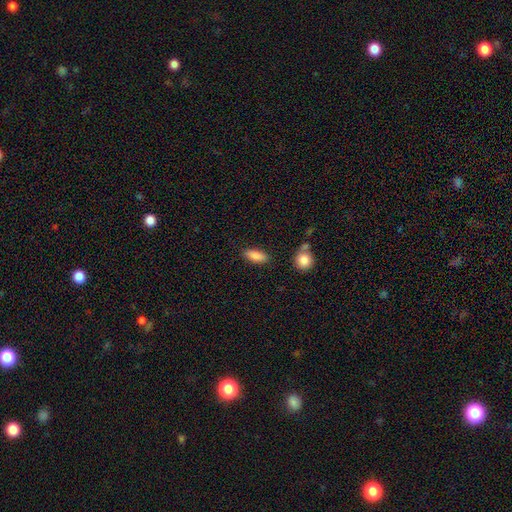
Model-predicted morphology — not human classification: Smooth or featured: smooth — 87% (star or artifact — 7%)
How rounded: in between — 79% (cigar-shaped — 18%)
Merging: none — 83% (minor disturbance — 11%)